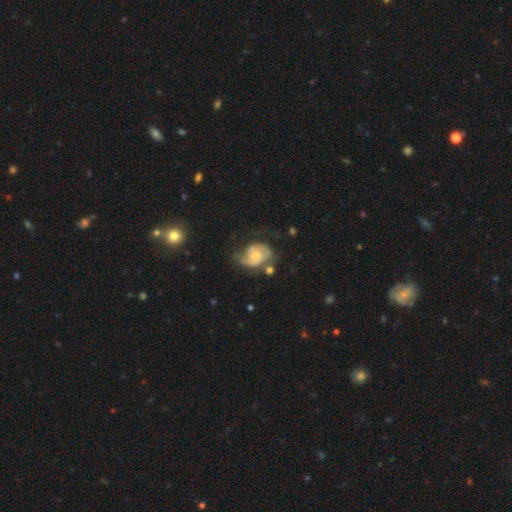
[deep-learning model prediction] This appears to be a featured or disk galaxy (60%) with no bar (70%), spiral arms (80%) and a small central bulge (49%). Merging: none (38%).